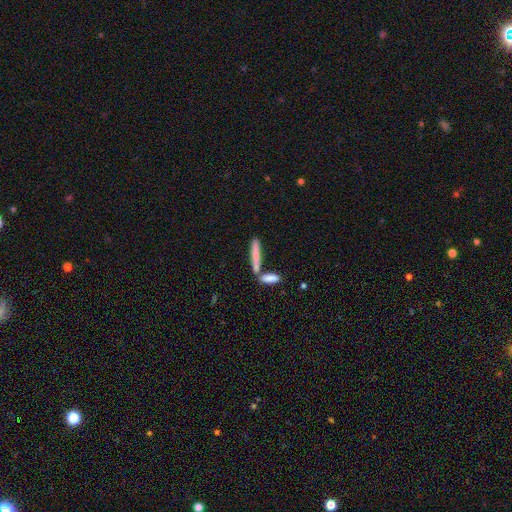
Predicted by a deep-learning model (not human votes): smooth_or_featured: smooth (p=0.74) [alt: featured or disk p=0.19]
how_rounded: cigar-shaped (p=0.89) [alt: in between p=0.09]
merging: none (p=0.64) [alt: merger p=0.24]